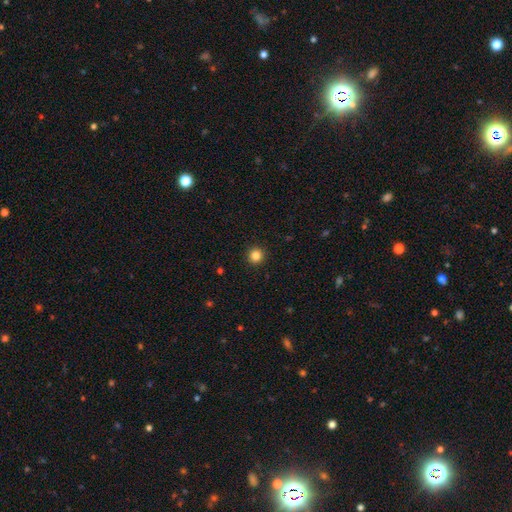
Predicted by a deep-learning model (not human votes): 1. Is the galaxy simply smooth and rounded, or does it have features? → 84% smooth, 12% star or artifact, 4% featured or disk.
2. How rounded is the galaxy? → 94% round, 5% in between, 1% cigar-shaped.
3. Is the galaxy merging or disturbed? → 93% none, 5% minor disturbance, 2% major disturbance, 1% merger.